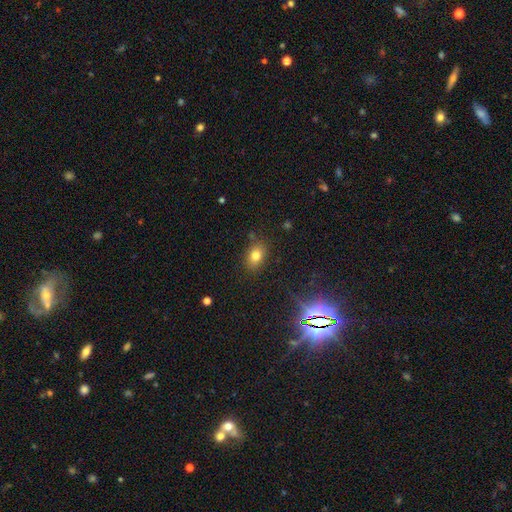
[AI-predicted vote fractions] Overall: smooth (77%). How rounded: in between (78%). Merging: none (83%).